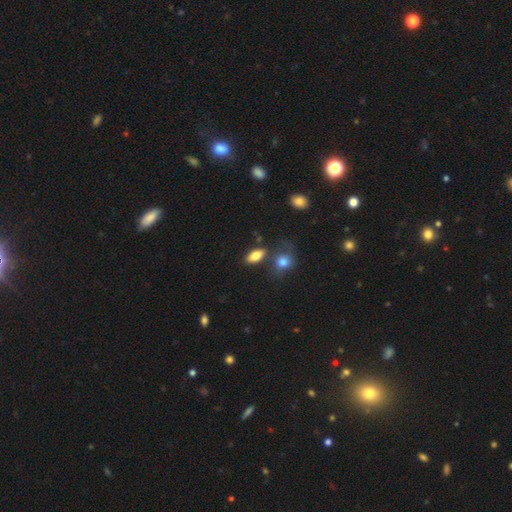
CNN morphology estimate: Smooth or featured?
  - smooth: 82% *
  - featured or disk: 10%
  - star or artifact: 8%
How rounded?
  - in between: 86% *
  - cigar-shaped: 8%
  - round: 6%
Merging?
  - none: 67% *
  - merger: 15%
  - minor disturbance: 13%
  - major disturbance: 5%